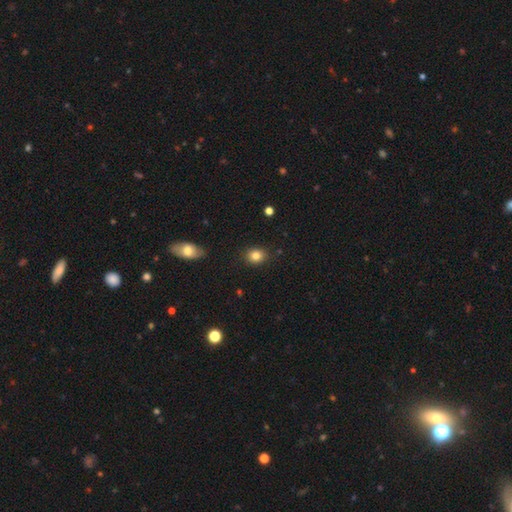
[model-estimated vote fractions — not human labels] Smooth or featured?
  - smooth: 83% *
  - star or artifact: 10%
  - featured or disk: 6%
How rounded?
  - round: 58% *
  - in between: 41%
  - cigar-shaped: 1%
Merging?
  - none: 86% *
  - minor disturbance: 10%
  - major disturbance: 2%
  - merger: 2%